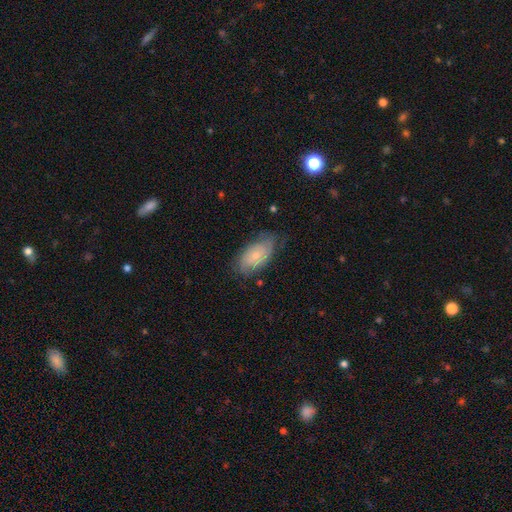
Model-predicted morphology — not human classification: Smooth or featured? smooth (49%)
Merging? none (64%)